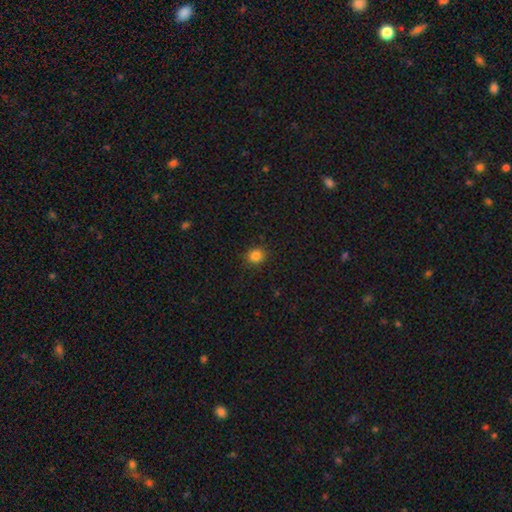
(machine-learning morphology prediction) Smooth or featured? Predicted: smooth (p=0.84). How rounded? Predicted: round (p=0.79). Merging? Predicted: none (p=0.89).